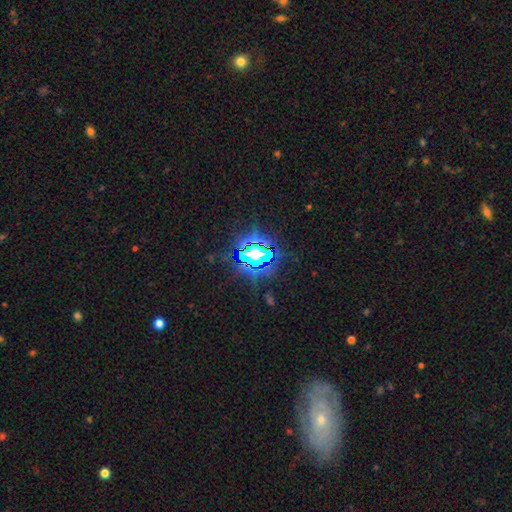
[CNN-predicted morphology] A star or artifact, not a galaxy (73%).

Vote fractions:
- Smooth or featured? star or artifact: 73% / smooth: 15% / featured or disk: 12%